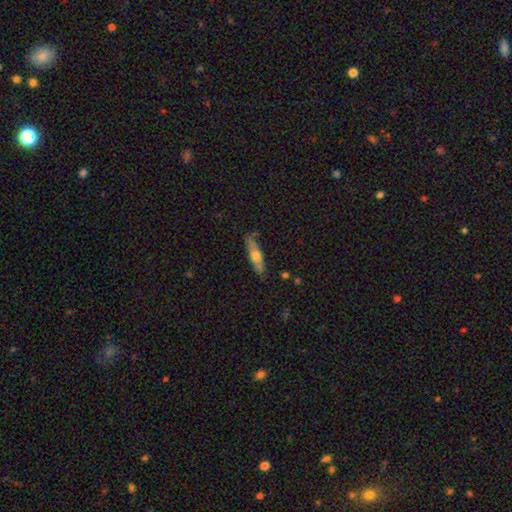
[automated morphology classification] The model was most divided on "smooth or featured": smooth: 51%, featured or disk: 43%, star or artifact: 6%. More confident: merging — none (82%); how rounded — cigar-shaped (73%).